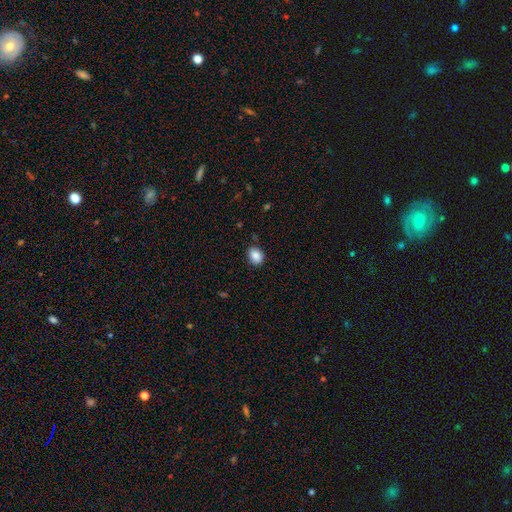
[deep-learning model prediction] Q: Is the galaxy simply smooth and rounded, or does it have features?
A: smooth — 87%.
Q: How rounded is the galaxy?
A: in between — 55%.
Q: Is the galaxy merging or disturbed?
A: none — 83%.